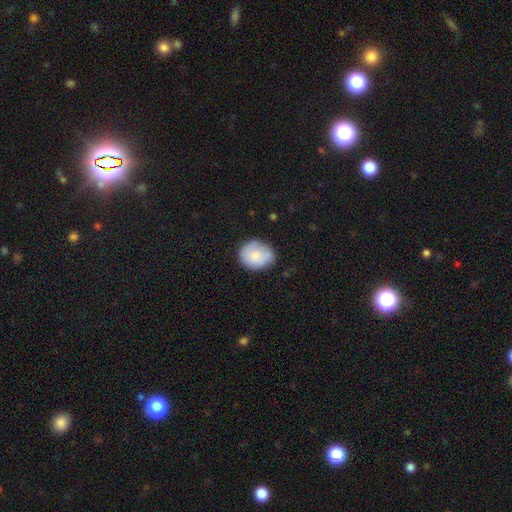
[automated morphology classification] smooth_or_featured: smooth (p=0.78) [alt: featured or disk p=0.15]
how_rounded: round (p=0.60) [alt: in between p=0.39]
merging: none (p=0.70) [alt: minor disturbance p=0.23]